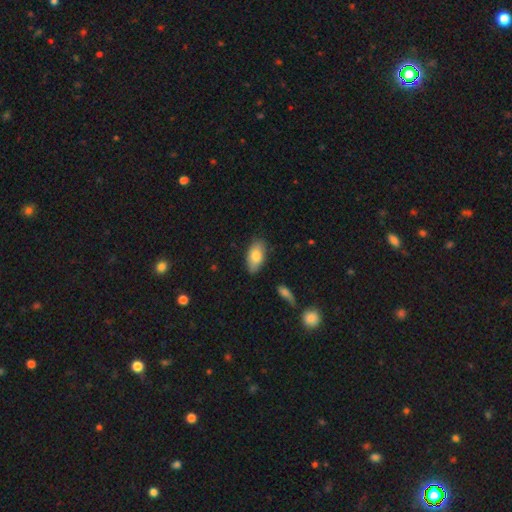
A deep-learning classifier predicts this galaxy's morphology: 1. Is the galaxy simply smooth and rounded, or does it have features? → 81% smooth, 13% featured or disk, 6% star or artifact.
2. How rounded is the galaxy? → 92% in between, 4% cigar-shaped, 3% round.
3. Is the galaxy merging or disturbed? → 80% none, 15% minor disturbance, 3% major disturbance, 2% merger.